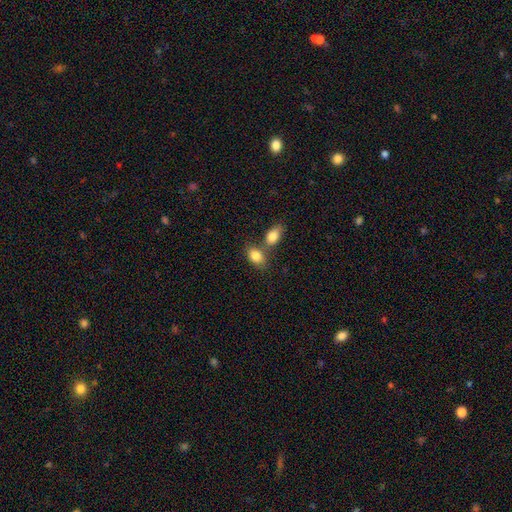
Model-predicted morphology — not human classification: The model was most divided on "merging": none: 44%, merger: 42%, minor disturbance: 10%, major disturbance: 3%. More confident: smooth or featured — smooth (84%); how rounded — in between (81%).